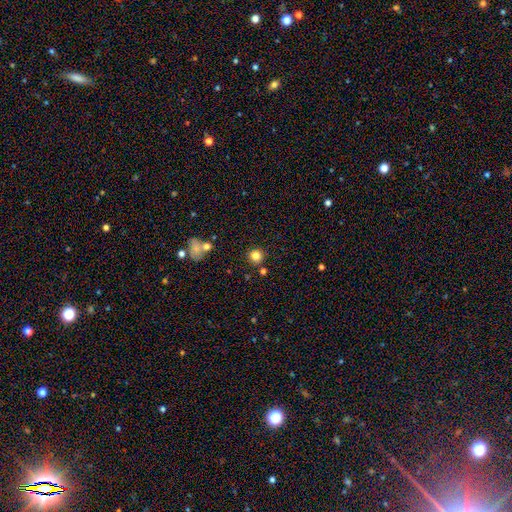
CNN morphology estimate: A smooth galaxy with no disk features (82%) that is round (93%). Merging: none (86%).